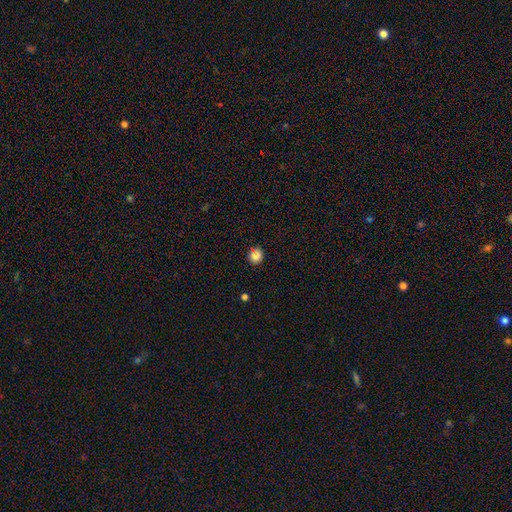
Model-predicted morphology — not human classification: Smooth or featured?
  - smooth: 83% *
  - star or artifact: 11%
  - featured or disk: 6%
How rounded?
  - round: 87% *
  - in between: 12%
  - cigar-shaped: 1%
Merging?
  - none: 87% *
  - minor disturbance: 9%
  - merger: 2%
  - major disturbance: 2%